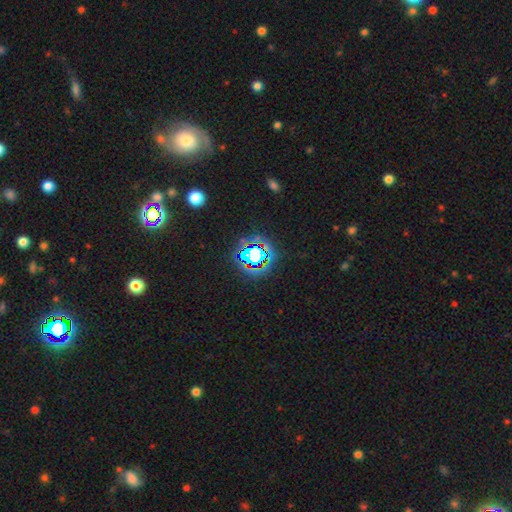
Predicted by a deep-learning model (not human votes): This appears to be a star or artifact, not a galaxy (67%).